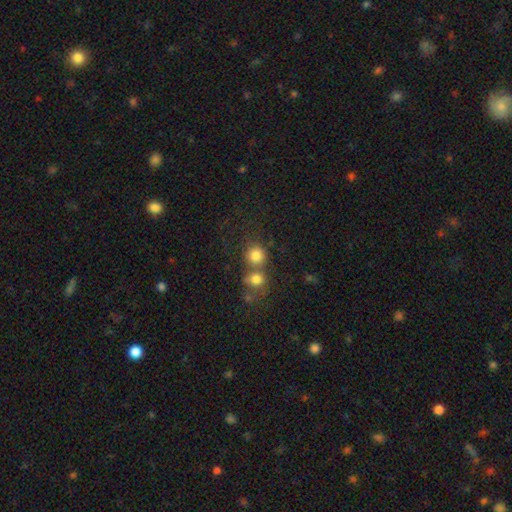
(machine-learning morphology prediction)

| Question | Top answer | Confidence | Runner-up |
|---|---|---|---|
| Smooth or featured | smooth | 80% | star or artifact (12%) |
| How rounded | round | 86% | in between (13%) |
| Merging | none | 45% | merger (42%) |